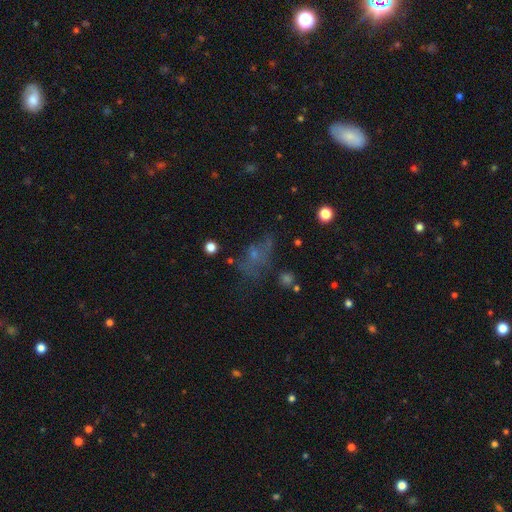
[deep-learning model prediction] A smooth galaxy with no disk features (41%).

Vote fractions:
- Smooth or featured? smooth: 41% / featured or disk: 31% / star or artifact: 28%
- Merging? none: 41% / major disturbance: 29% / minor disturbance: 23% / merger: 6%